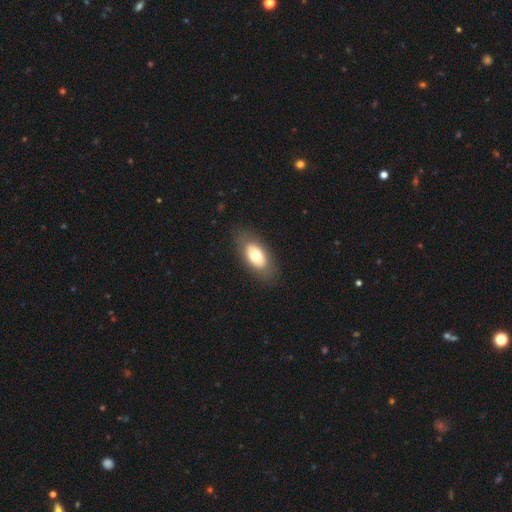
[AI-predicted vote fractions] Q: Smooth or featured?
A: smooth (67%); runner-up: featured or disk (26%)
Q: How rounded?
A: in between (90%); runner-up: cigar-shaped (5%)
Q: Merging?
A: none (84%); runner-up: minor disturbance (11%)